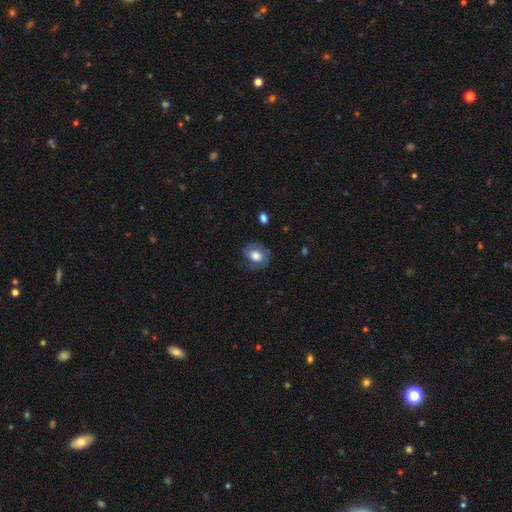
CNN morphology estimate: Smooth or featured? smooth (62%)
How rounded? round (58%)
Merging? none (68%)